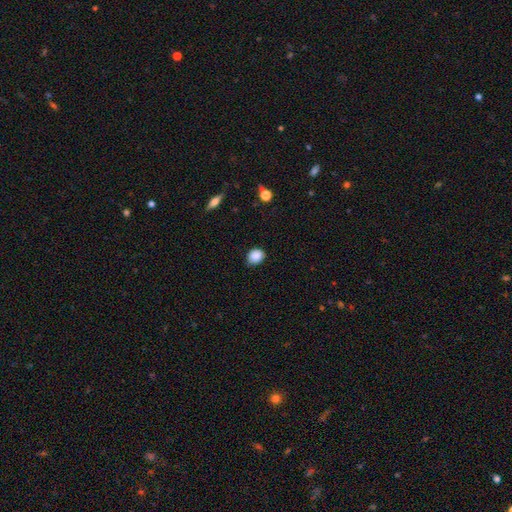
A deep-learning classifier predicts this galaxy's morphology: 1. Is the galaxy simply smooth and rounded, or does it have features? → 88% smooth, 9% star or artifact, 4% featured or disk.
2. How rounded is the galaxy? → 62% round, 37% in between, 1% cigar-shaped.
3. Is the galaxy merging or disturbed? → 81% none, 15% minor disturbance, 3% major disturbance, 1% merger.